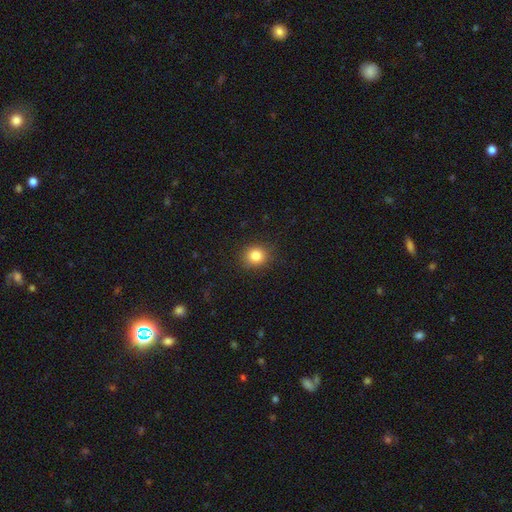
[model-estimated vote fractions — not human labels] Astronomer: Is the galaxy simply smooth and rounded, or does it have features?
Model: smooth — 84%.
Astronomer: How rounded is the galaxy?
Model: round — 82%.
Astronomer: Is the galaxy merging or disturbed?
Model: none — 88%.